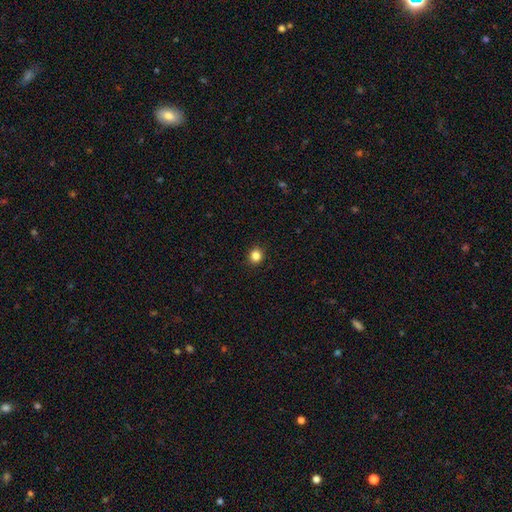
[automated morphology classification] Overall: smooth (85%). How rounded: round (84%). Merging: none (92%).